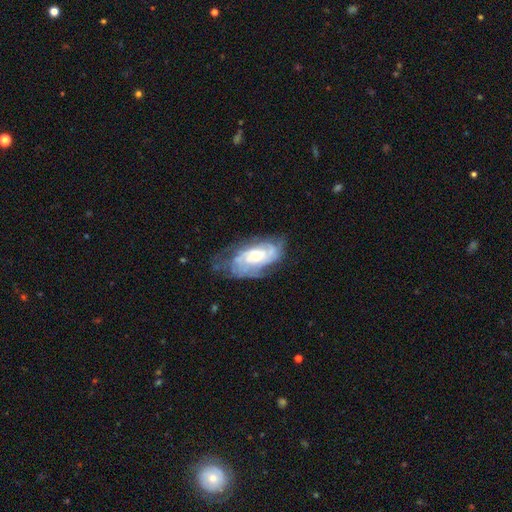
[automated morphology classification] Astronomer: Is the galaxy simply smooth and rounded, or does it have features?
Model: featured or disk — 79%.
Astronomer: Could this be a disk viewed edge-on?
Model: no — 94%.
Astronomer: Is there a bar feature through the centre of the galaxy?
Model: no — 71%.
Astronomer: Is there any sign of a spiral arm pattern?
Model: yes — 89%.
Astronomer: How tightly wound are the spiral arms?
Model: tight — 59%.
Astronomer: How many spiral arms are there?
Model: can't tell — 47% (runner-up: 2, 22%).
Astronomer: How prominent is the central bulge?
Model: moderate — 60%.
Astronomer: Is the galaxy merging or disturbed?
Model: none — 60%.